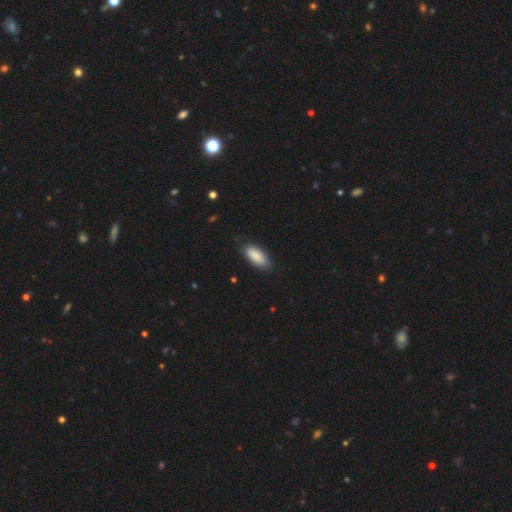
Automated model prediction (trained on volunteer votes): Overall: smooth (87%). How rounded: in between (88%). Merging: none (78%).